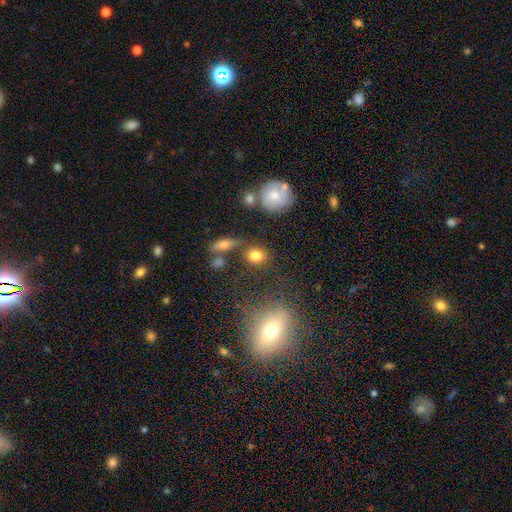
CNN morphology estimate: type=smooth (81%); roundness=round (67%); merging=none (71%).